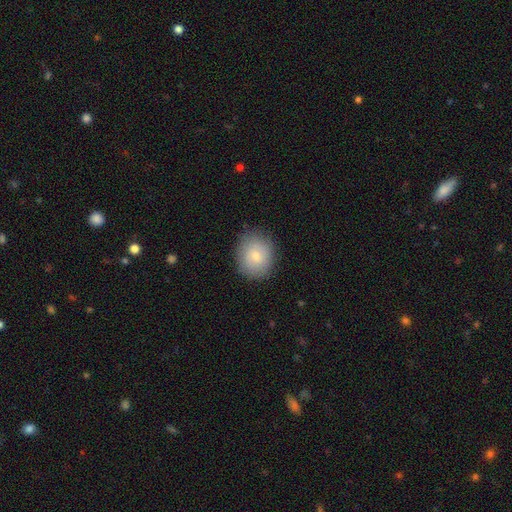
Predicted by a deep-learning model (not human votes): Smooth or featured? smooth (76%)
How rounded? round (64%)
Merging? none (82%)